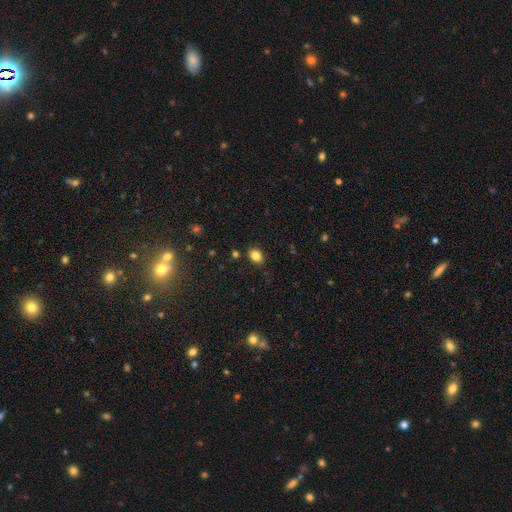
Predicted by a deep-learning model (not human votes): smooth 83%, star or artifact 11%, featured or disk 6%. Down the decision tree: how rounded — in between (72%); merging — none (84%).